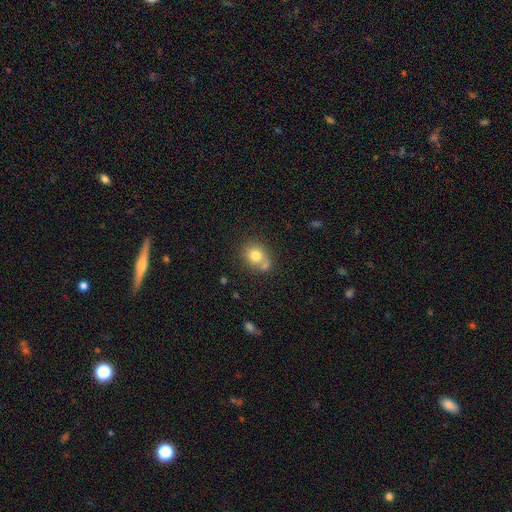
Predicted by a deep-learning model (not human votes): A smooth galaxy with no disk features (76%) that is round (65%).

Vote fractions:
- Smooth or featured? smooth: 76% / featured or disk: 13% / star or artifact: 10%
- How rounded? round: 65% / in between: 34% / cigar-shaped: 1%
- Merging? none: 47% / merger: 31% / minor disturbance: 15% / major disturbance: 6%